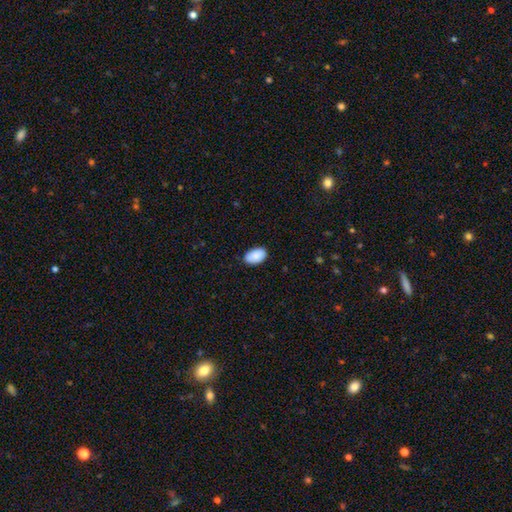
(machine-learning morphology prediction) Q: Smooth or featured?
A: smooth (90%); runner-up: star or artifact (6%)
Q: How rounded?
A: in between (92%); runner-up: round (7%)
Q: Merging?
A: none (85%); runner-up: minor disturbance (12%)